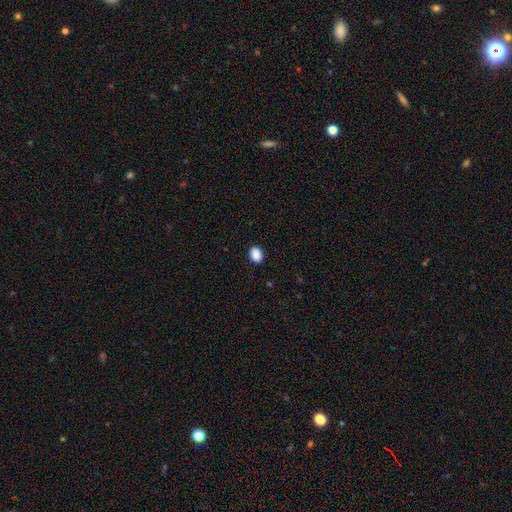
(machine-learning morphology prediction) Q: Smooth or featured?
A: smooth (89%); runner-up: star or artifact (8%)
Q: How rounded?
A: in between (71%); runner-up: round (28%)
Q: Merging?
A: none (89%); runner-up: minor disturbance (8%)